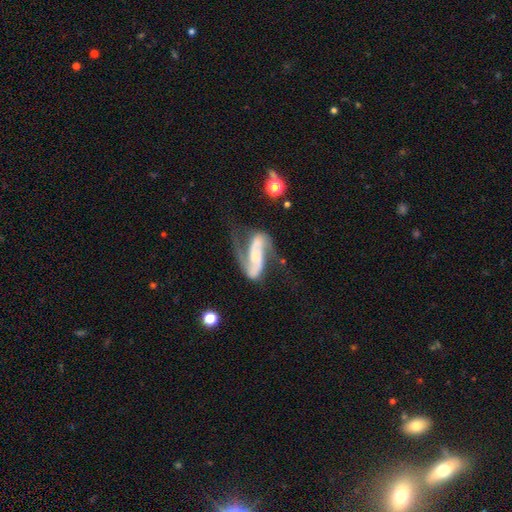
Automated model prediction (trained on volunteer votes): The model was most divided on "spiral winding" (2-way tie): medium: 42%, loose: 42%, tight: 16%. Remaining: spiral arms — yes (95%); edge-on disk — no (94%); spiral arm count — 2 (89%); smooth or featured — featured or disk (85%); merging — none (49%); bulge size — small (44%); bar — strong (39%).